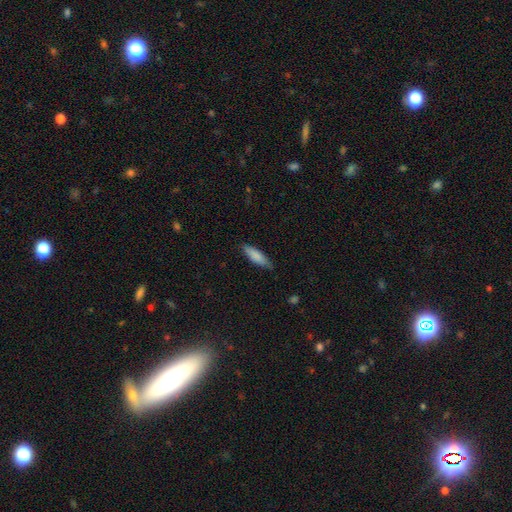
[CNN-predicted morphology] The model was most divided on "how rounded": cigar-shaped: 57%, in between: 41%, round: 2%. More confident: smooth or featured — smooth (82%); merging — none (79%).